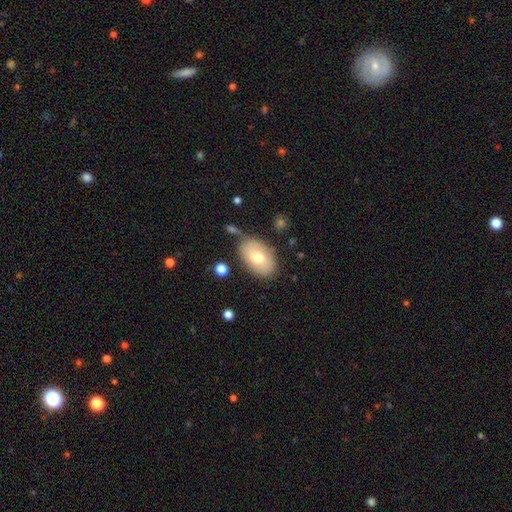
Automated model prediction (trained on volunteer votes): A smooth galaxy with no disk features (71%) that is in between round and cigar-shaped (87%).

Vote fractions:
- Smooth or featured? smooth: 71% / featured or disk: 22% / star or artifact: 7%
- How rounded? in between: 87% / round: 12% / cigar-shaped: 1%
- Merging? none: 73% / minor disturbance: 16% / merger: 6% / major disturbance: 5%